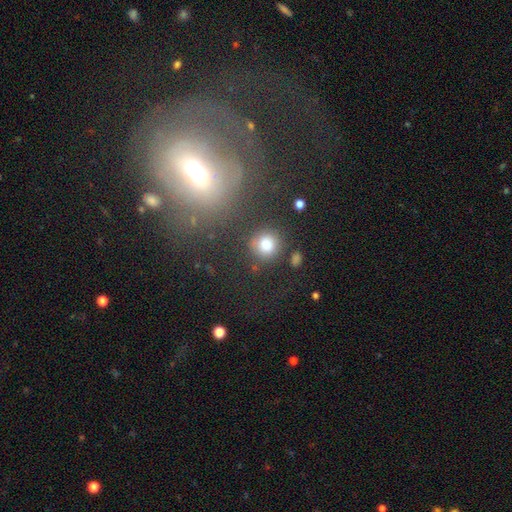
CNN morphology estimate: A smooth galaxy with no disk features (42%). Merging: none (56%).